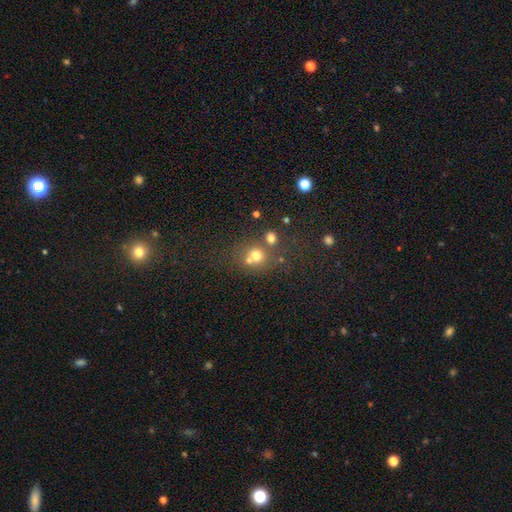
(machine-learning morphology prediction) This is likely a smooth galaxy (68%). How rounded: clearly round (81%). Merging: possibly none (49%).